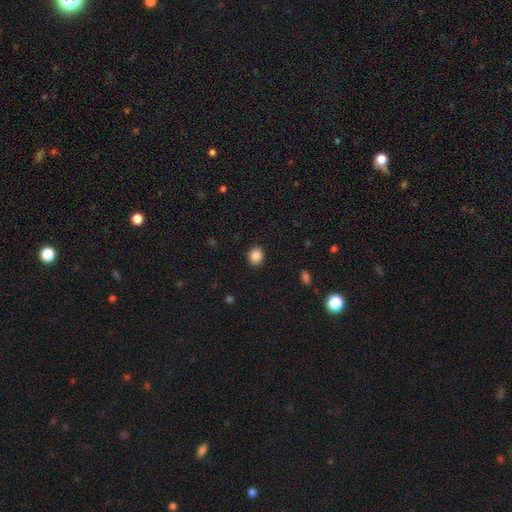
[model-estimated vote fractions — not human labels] This is clearly a smooth galaxy (86%). How rounded: likely round (63%). Merging: clearly none (91%).